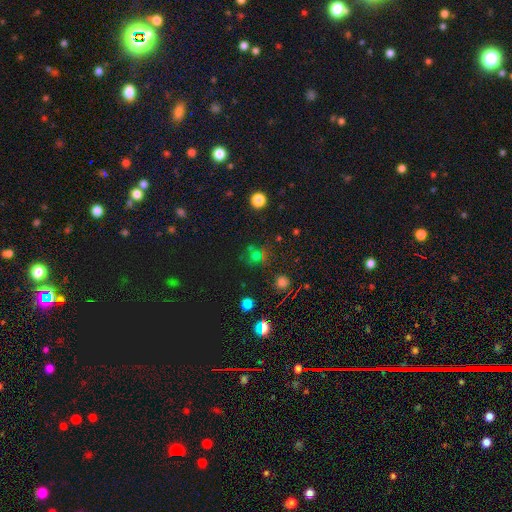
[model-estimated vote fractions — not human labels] Smooth or featured: star or artifact — 44% (smooth — 43%)